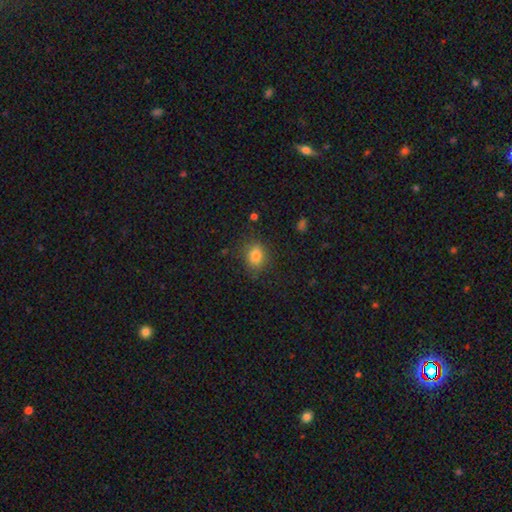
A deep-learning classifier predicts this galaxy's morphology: Overall: smooth (83%). How rounded: in between (53%; round 46%). Merging: none (81%).